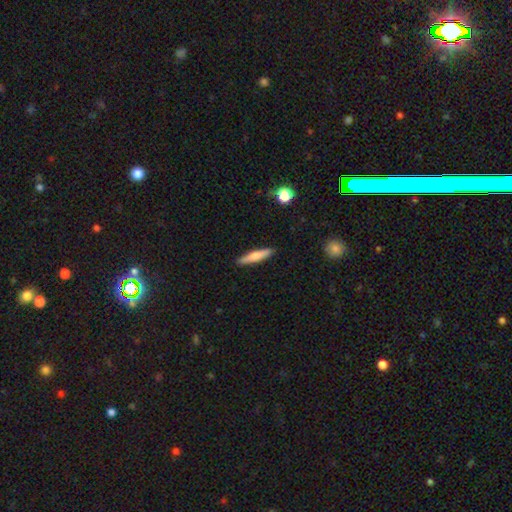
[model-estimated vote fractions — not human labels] Smooth or featured? Predicted: smooth (p=0.66). How rounded? Predicted: cigar-shaped (p=0.87). Merging? Predicted: none (p=0.90).